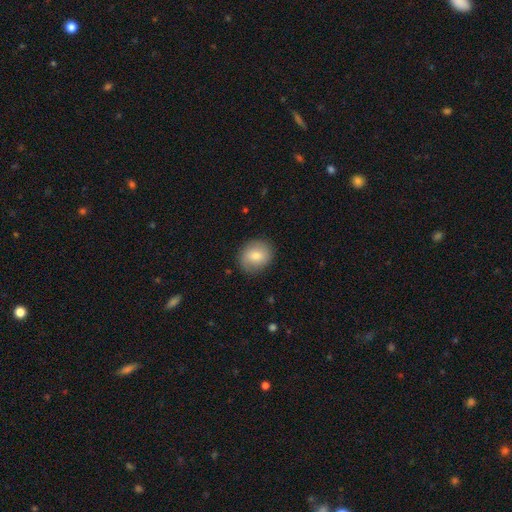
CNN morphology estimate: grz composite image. It shows a smooth galaxy with no disk features (74%) that is round (72%). Merging: none (86%).